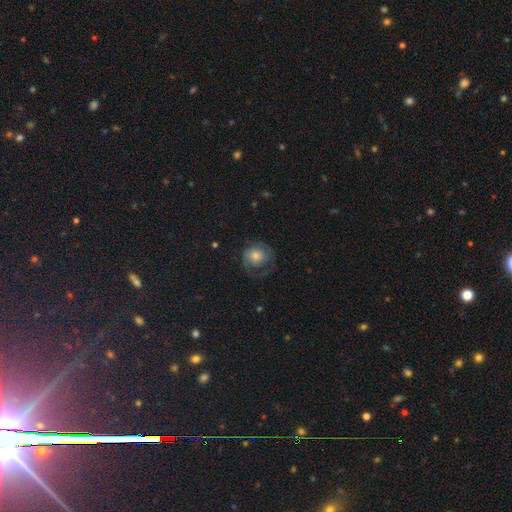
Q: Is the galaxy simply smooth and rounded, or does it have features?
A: featured or disk — 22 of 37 (59%).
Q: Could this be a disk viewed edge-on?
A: no — 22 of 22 (100%).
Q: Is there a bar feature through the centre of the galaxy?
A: no — 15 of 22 (68%).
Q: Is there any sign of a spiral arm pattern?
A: yes — 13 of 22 (59%).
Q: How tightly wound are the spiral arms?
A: tight — 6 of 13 (46%).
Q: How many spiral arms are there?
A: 2 — 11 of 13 (85%).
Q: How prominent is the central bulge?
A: moderate — 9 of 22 (41%).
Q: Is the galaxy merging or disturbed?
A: major disturbance — 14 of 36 (39%).